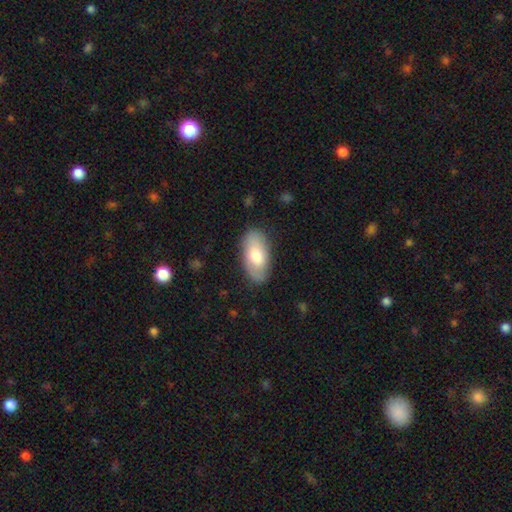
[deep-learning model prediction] smooth 67%, featured or disk 27%, star or artifact 6%. Down the decision tree: how rounded — in between (93%); merging — none (82%).